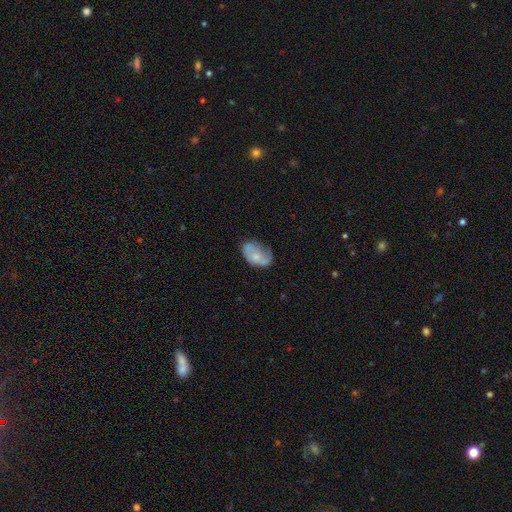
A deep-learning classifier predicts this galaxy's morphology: Smooth or featured?
  - smooth: 50% *
  - featured or disk: 43%
  - star or artifact: 8%
Merging?
  - none: 44% *
  - minor disturbance: 34%
  - major disturbance: 18%
  - merger: 4%